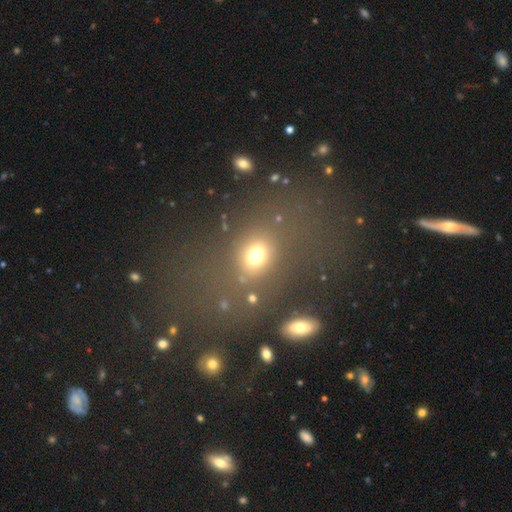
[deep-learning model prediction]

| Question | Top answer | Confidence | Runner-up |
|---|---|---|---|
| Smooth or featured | smooth | 67% | star or artifact (22%) |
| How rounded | in between | 51% | round (46%) |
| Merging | none | 67% | minor disturbance (13%) |